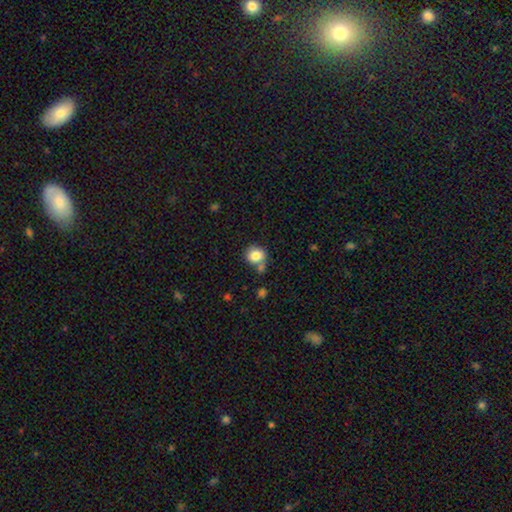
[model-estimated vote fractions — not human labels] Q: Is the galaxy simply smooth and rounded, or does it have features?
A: smooth — 83%.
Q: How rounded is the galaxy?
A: round — 78%.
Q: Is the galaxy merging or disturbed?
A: none — 63%.